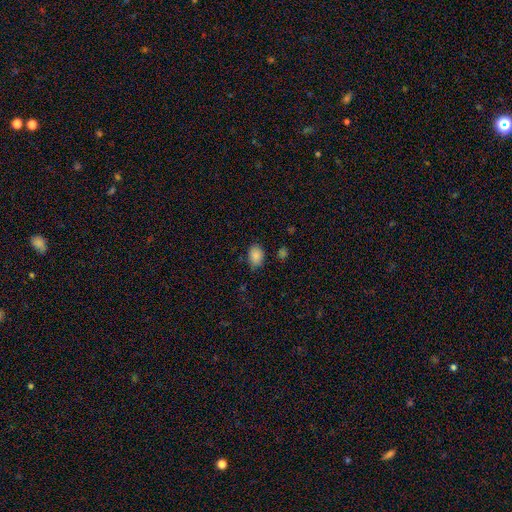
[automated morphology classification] smooth-or-featured: smooth: 87% | star or artifact: 9% | featured or disk: 4%
  how-rounded: in between: 82% | round: 17% | cigar-shaped: 1%
  merging: none: 73% | minor disturbance: 21% | major disturbance: 4% | merger: 2%